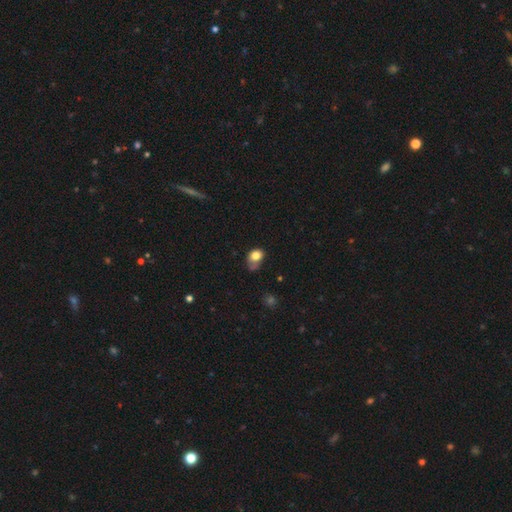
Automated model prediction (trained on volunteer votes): Smooth or featured?
  - smooth: 78% *
  - featured or disk: 12%
  - star or artifact: 10%
How rounded?
  - in between: 65% *
  - round: 33%
  - cigar-shaped: 1%
Merging?
  - minor disturbance: 36% *
  - none: 35%
  - major disturbance: 21%
  - merger: 8%